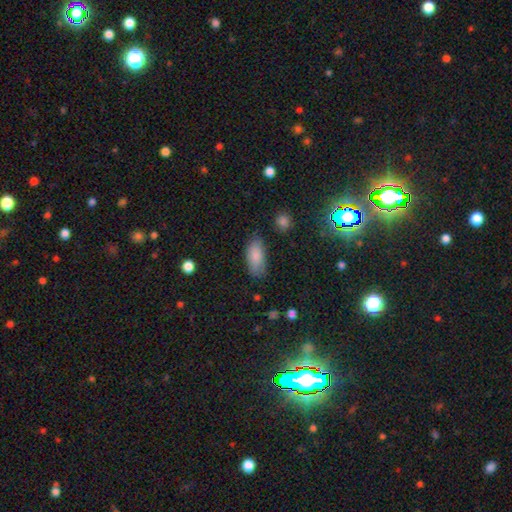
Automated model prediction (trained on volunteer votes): Smooth or featured?
  - smooth: 85% *
  - star or artifact: 8%
  - featured or disk: 7%
How rounded?
  - in between: 89% *
  - cigar-shaped: 8%
  - round: 3%
Merging?
  - none: 76% *
  - minor disturbance: 18%
  - major disturbance: 4%
  - merger: 2%